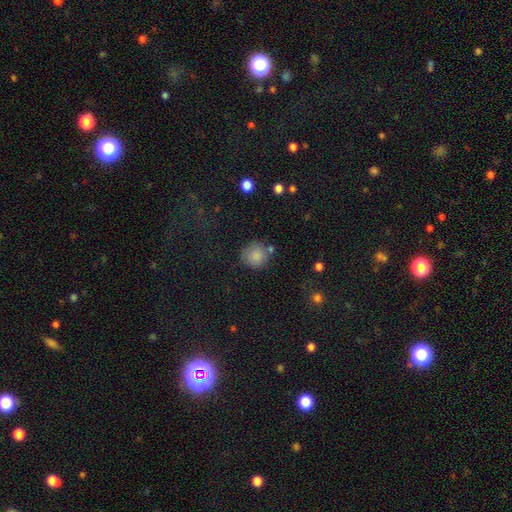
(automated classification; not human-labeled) A smooth galaxy with no disk features (84%) that is round (90%). Merging: none (70%).